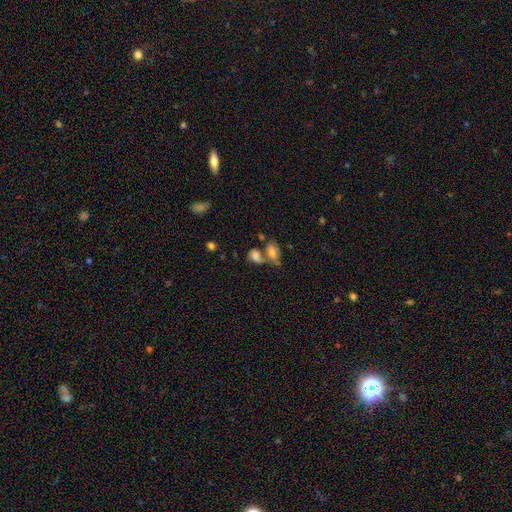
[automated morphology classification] Smooth or featured? Predicted: smooth (p=0.69). How rounded? Predicted: in between (p=0.75). Merging? Predicted: merger (p=0.54).